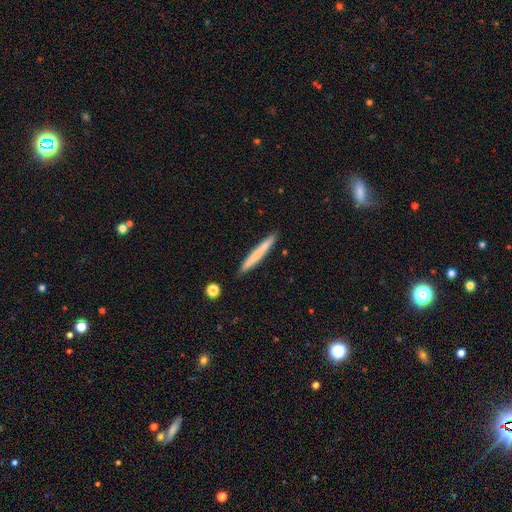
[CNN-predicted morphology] smooth_or_featured: smooth (p=0.63) [alt: featured or disk p=0.31]
how_rounded: cigar-shaped (p=0.96) [alt: in between p=0.03]
merging: none (p=0.90) [alt: minor disturbance p=0.07]